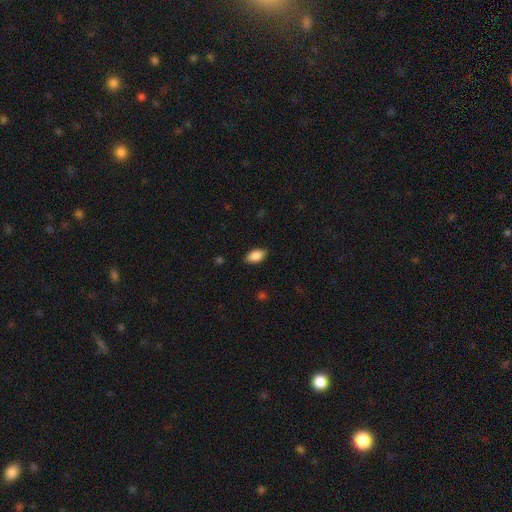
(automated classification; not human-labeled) Smooth or featured? smooth (84%)
How rounded? in between (91%)
Merging? none (85%)